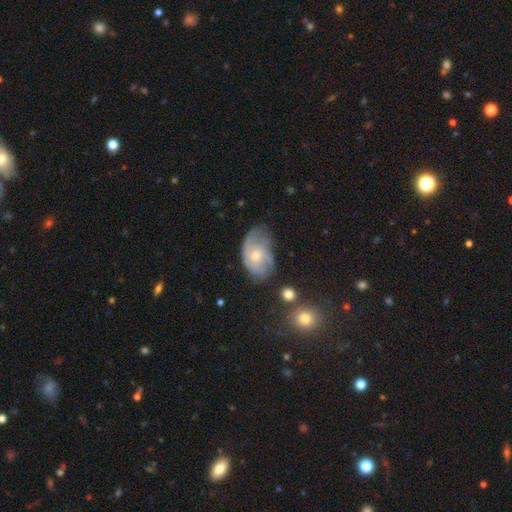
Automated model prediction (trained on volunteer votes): The model was most divided on "bulge size": small: 50%, moderate: 46%, large: 2%, none: 2%, dominant: 1%. More confident: edge-on disk — no (95%); spiral arms — yes (80%); bar — no (76%); smooth or featured — featured or disk (63%); merging — none (52%).